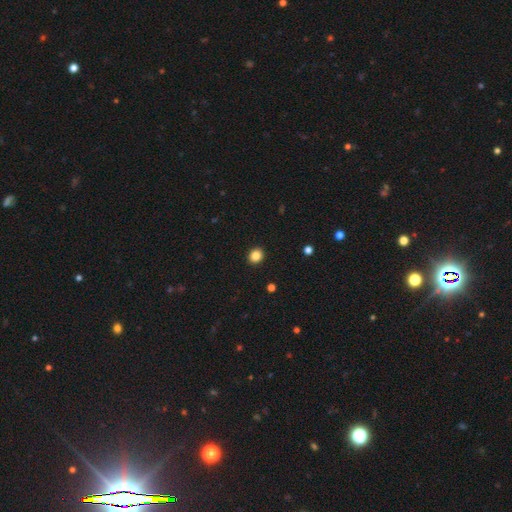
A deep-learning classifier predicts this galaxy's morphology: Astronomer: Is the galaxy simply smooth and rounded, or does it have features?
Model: smooth — 85%.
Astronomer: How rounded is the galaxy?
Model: round — 70%.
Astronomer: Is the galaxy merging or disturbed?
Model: none — 92%.